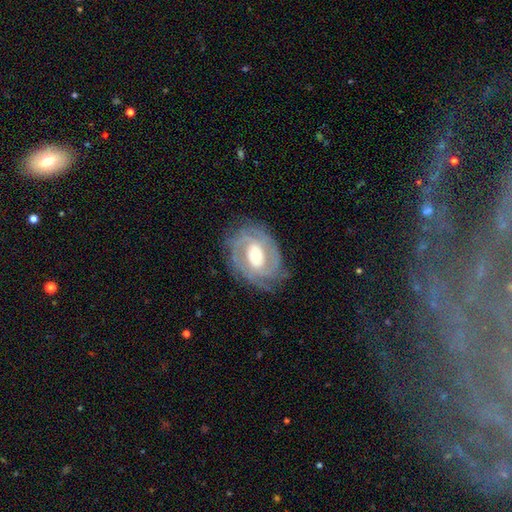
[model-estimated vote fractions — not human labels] Morphology: type=featured or disk (86%); edge-on=no (97%); bar=weak (42%); spiral arms=yes (94%); winding=tight (68%); arm count=2 (37%); bulge=moderate (66%); merging=none (77%).